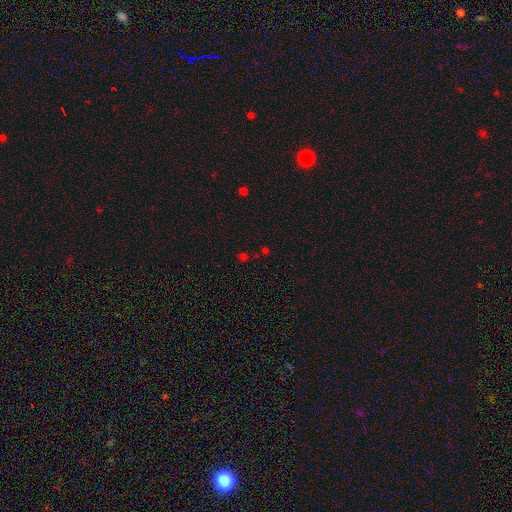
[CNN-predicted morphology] smooth_or_featured: star or artifact (p=0.49) [alt: smooth p=0.44]